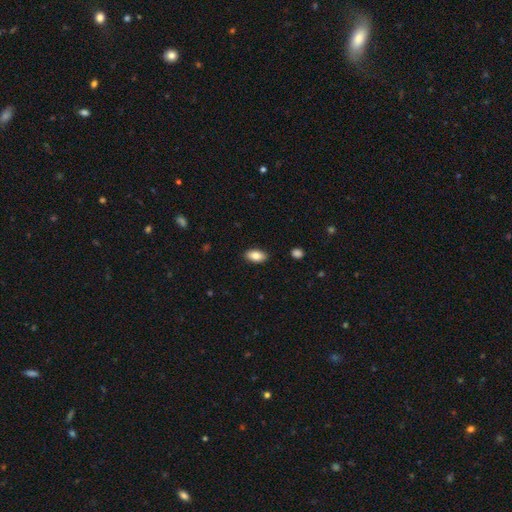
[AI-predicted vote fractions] Smooth or featured? smooth (84%)
How rounded? in between (93%)
Merging? none (89%)